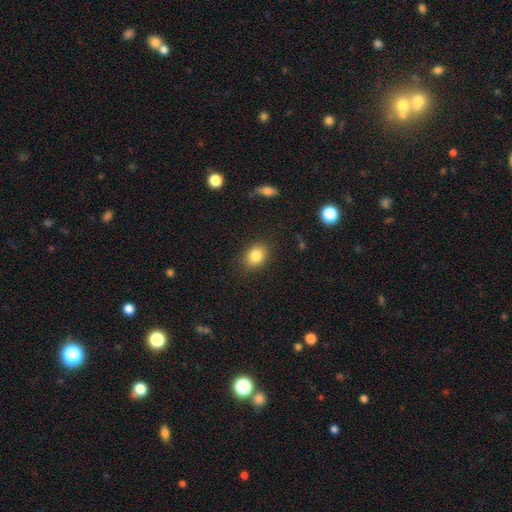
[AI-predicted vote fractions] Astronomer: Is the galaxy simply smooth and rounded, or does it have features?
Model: smooth — 84%.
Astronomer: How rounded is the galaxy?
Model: in between — 55% (runner-up: round, 44%).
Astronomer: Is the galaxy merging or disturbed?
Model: none — 85%.